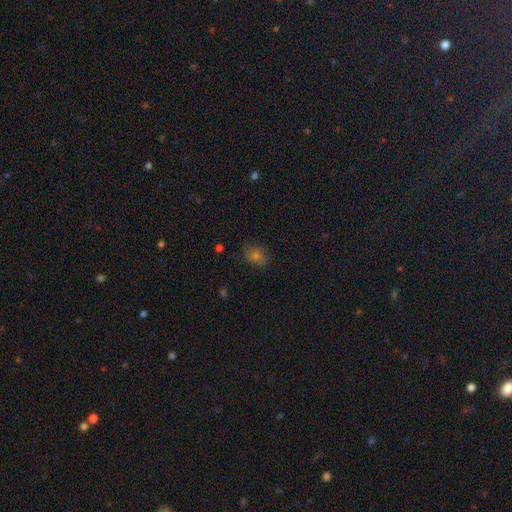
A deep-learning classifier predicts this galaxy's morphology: Smooth or featured?
  - smooth: 59% *
  - star or artifact: 26%
  - featured or disk: 15%
How rounded?
  - round: 54% *
  - in between: 45%
  - cigar-shaped: 1%
Merging?
  - none: 79% *
  - minor disturbance: 15%
  - major disturbance: 4%
  - merger: 1%